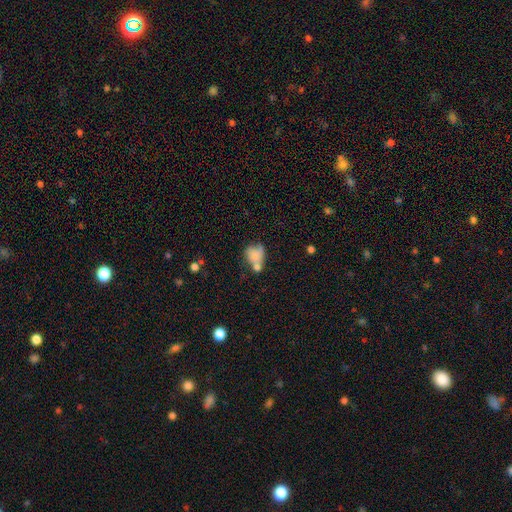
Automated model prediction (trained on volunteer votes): Smooth or featured: smooth — 73% (featured or disk — 17%)
How rounded: in between — 52% (round — 47%)
Merging: merger — 33% (none — 29%)